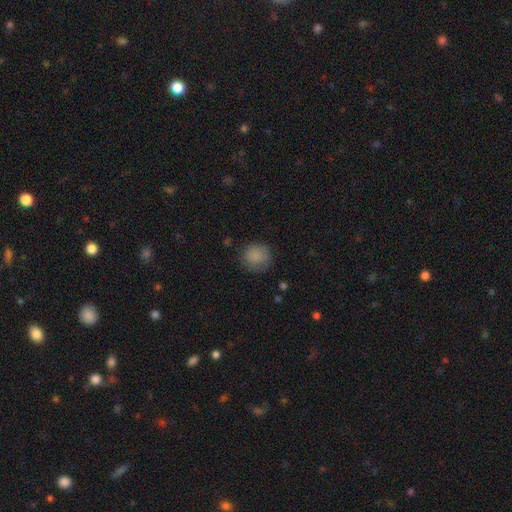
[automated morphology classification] The model was most divided on "merging": none: 76%, minor disturbance: 17%, major disturbance: 5%, merger: 1%. More confident: how rounded — round (87%); smooth or featured — smooth (85%).